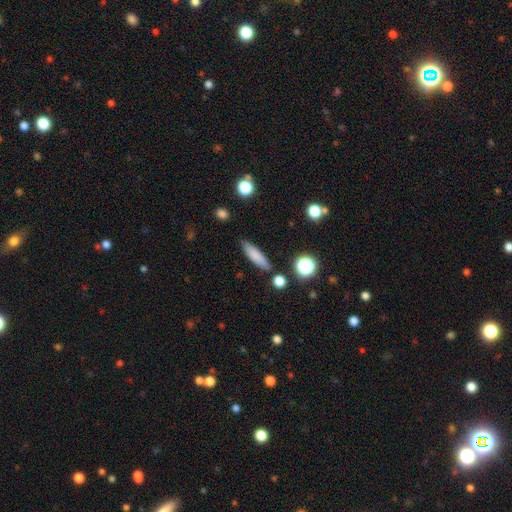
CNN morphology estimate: Smooth or featured? smooth (79%)
How rounded? cigar-shaped (72%)
Merging? none (83%)